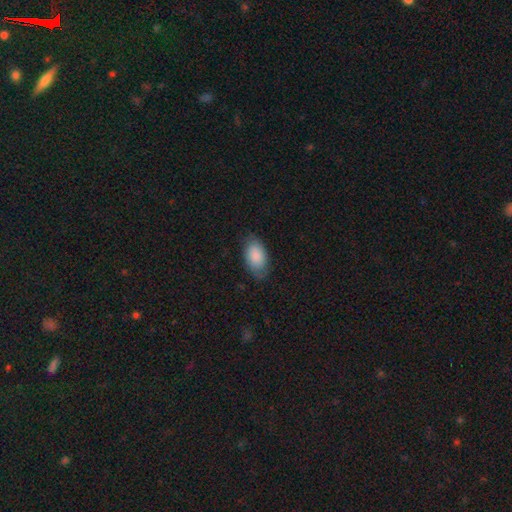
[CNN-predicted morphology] A smooth galaxy with no disk features (85%) that is in between round and cigar-shaped (94%). Merging: none (76%).